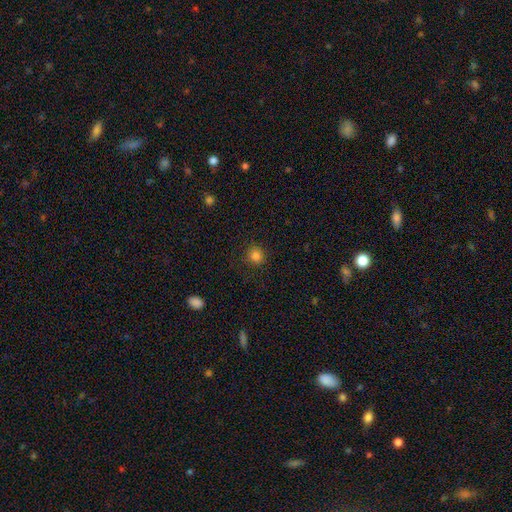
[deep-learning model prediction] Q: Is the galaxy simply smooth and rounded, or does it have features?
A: smooth — 83%.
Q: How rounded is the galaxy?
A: round — 92%.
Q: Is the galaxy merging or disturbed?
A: none — 89%.